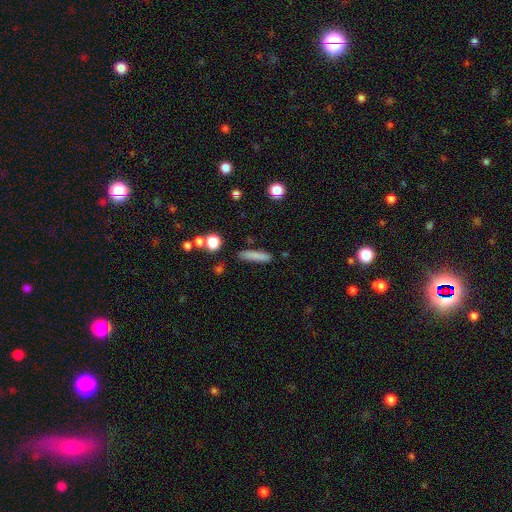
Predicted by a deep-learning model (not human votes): Smooth or featured: smooth — 81% (featured or disk — 11%)
How rounded: cigar-shaped — 85% (in between — 13%)
Merging: none — 82% (minor disturbance — 12%)